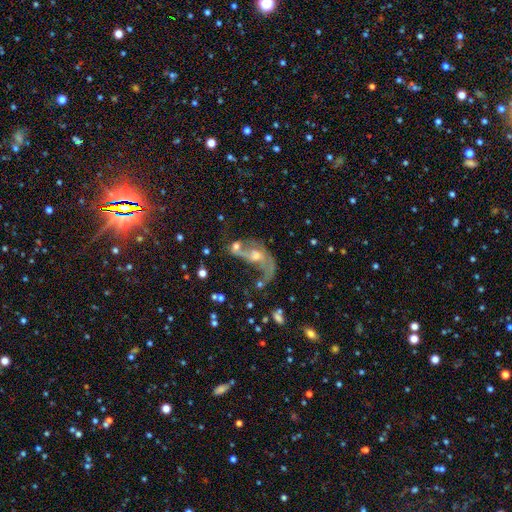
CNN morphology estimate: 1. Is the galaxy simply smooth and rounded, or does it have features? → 57% featured or disk, 26% smooth, 16% star or artifact.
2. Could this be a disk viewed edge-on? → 93% no, 7% yes.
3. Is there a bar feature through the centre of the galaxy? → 73% no, 21% weak, 6% strong.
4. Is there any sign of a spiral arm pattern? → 56% yes, 44% no.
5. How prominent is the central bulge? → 51% moderate, 25% small, 12% large, 9% none, 3% dominant.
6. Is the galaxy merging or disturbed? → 57% merger, 22% major disturbance, 14% none, 8% minor disturbance.